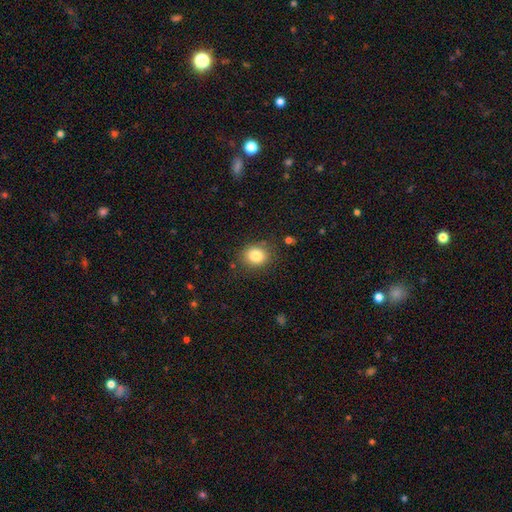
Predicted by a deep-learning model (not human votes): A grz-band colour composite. It shows a smooth galaxy with no disk features (83%) that is round (68%). Merging: none (83%).